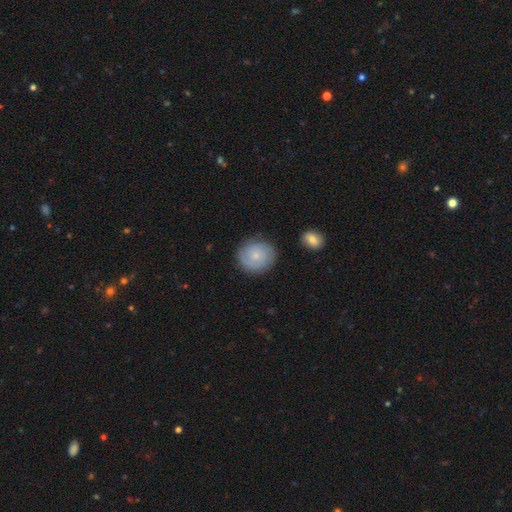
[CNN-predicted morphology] Q: Smooth or featured?
A: smooth (59%); runner-up: featured or disk (33%)
Q: How rounded?
A: round (81%); runner-up: in between (18%)
Q: Merging?
A: none (82%); runner-up: minor disturbance (13%)